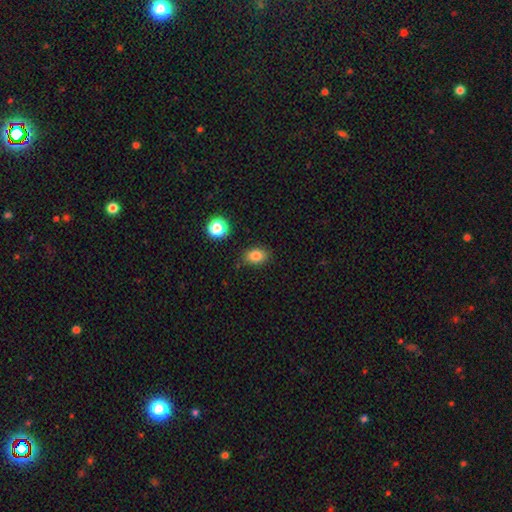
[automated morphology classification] Smooth or featured? Predicted: smooth (p=0.83). How rounded? Predicted: in between (p=0.76). Merging? Predicted: none (p=0.82).